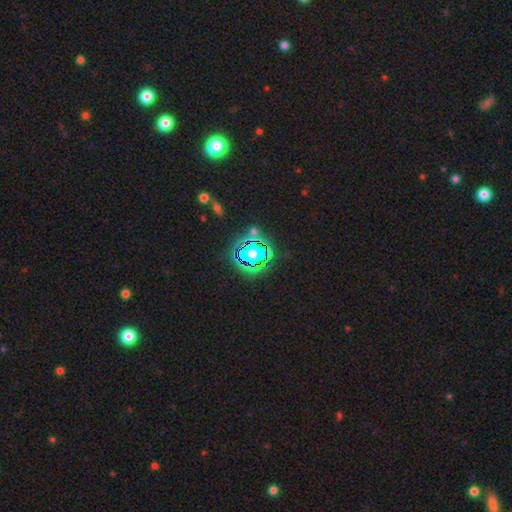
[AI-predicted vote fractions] star or artifact 81%, smooth 11%, featured or disk 7%.